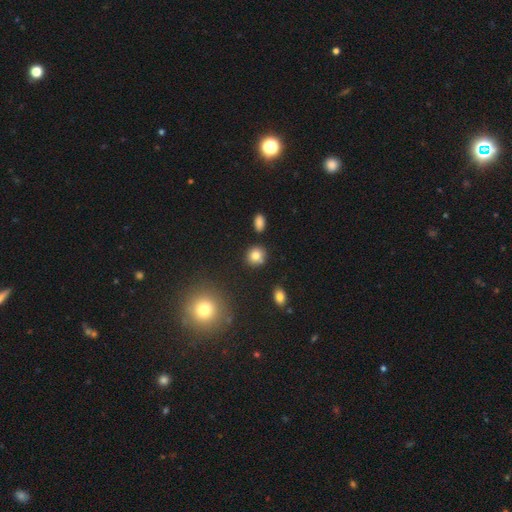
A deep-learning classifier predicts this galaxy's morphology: Smooth or featured?
  - smooth: 80% *
  - star or artifact: 11%
  - featured or disk: 9%
How rounded?
  - round: 82% *
  - in between: 17%
  - cigar-shaped: 1%
Merging?
  - none: 79% *
  - minor disturbance: 11%
  - merger: 7%
  - major disturbance: 3%